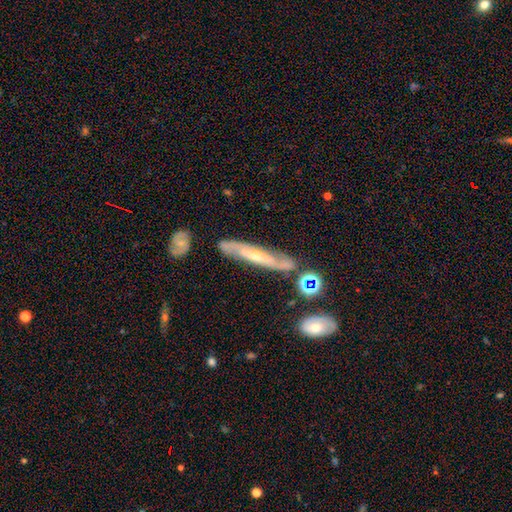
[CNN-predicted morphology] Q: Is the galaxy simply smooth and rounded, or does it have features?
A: featured or disk — 73%.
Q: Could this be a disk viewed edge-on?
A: no — 51%.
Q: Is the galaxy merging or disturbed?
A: none — 75%.